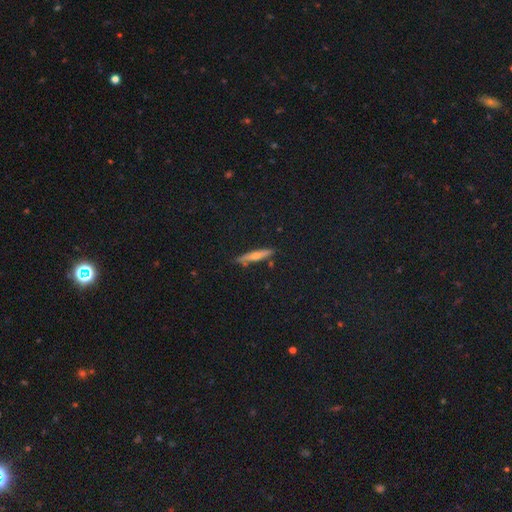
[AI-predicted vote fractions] Morphology: type=smooth (49%); merging=none (83%).